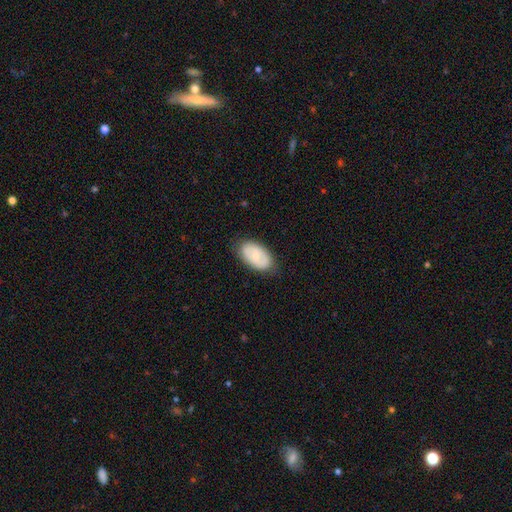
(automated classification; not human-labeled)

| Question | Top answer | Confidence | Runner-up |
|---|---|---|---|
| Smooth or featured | smooth | 58% | featured or disk (36%) |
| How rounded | in between | 93% | round (5%) |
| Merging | none | 81% | minor disturbance (14%) |